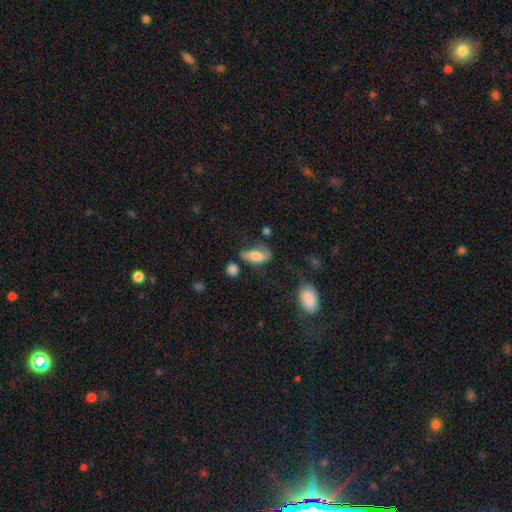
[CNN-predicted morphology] Overall: smooth (63%; featured or disk 28%). How rounded: in between (85%). Merging: none (42%; minor disturbance 30%).